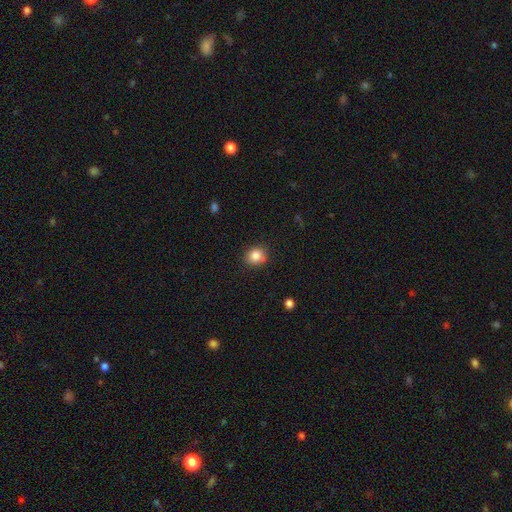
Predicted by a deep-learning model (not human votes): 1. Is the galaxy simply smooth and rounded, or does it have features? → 84% smooth, 10% star or artifact, 6% featured or disk.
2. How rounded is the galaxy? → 77% round, 22% in between, 1% cigar-shaped.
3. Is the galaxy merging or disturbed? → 83% none, 12% minor disturbance, 3% major disturbance, 2% merger.